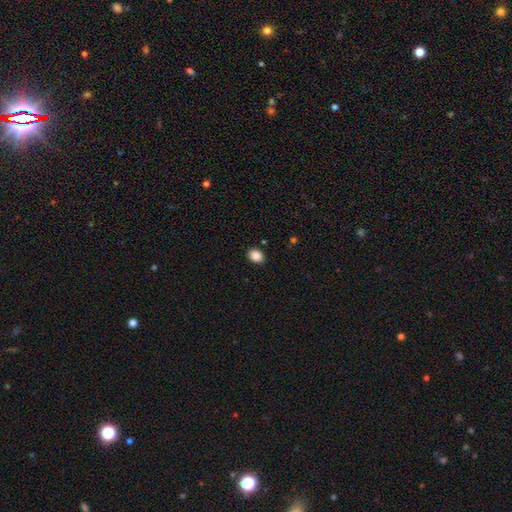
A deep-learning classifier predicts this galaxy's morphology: Q: Smooth or featured?
A: smooth (87%); runner-up: star or artifact (9%)
Q: How rounded?
A: in between (65%); runner-up: round (34%)
Q: Merging?
A: none (90%); runner-up: minor disturbance (7%)